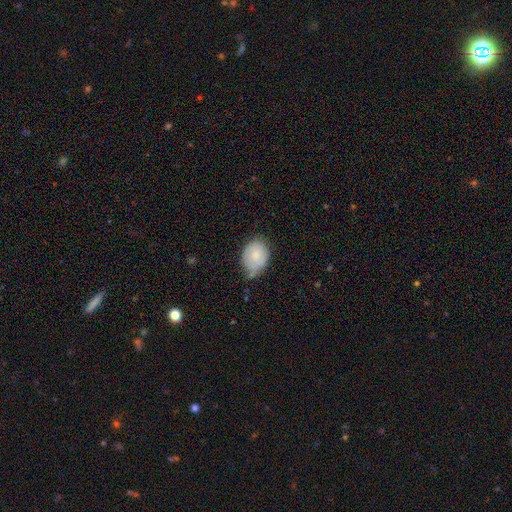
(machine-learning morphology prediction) Overall: smooth (79%). How rounded: in between (66%; round 33%). Merging: none (48%; minor disturbance 39%).